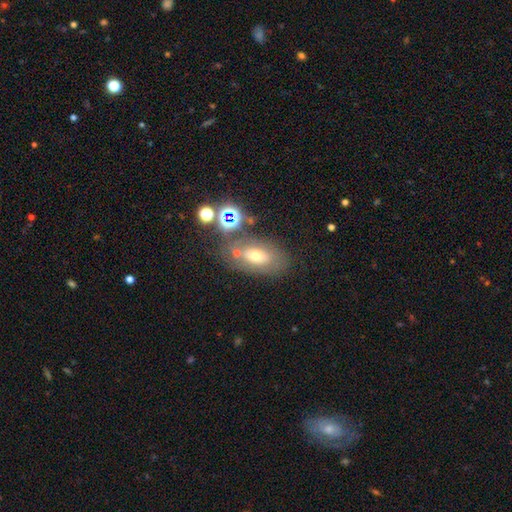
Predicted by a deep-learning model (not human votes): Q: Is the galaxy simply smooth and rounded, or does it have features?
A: smooth — 51%.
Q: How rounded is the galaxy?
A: in between — 87%.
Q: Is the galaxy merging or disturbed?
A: none — 61%.